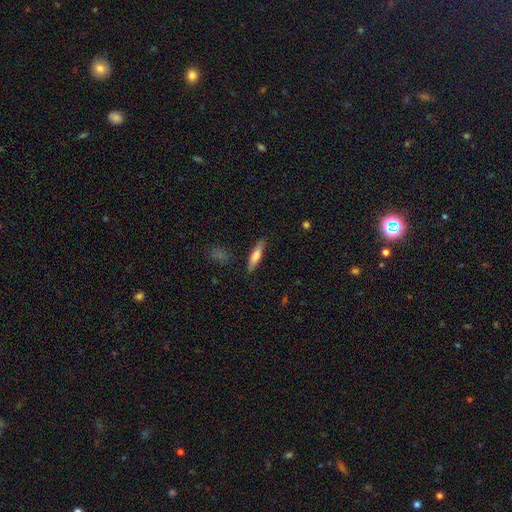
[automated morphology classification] Overall: smooth (75%). How rounded: cigar-shaped (73%). Merging: none (82%).